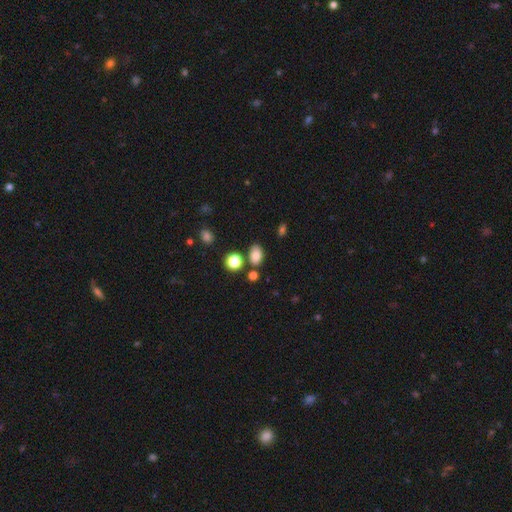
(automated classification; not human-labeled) Morphology: type=smooth (81%); roundness=in between (79%); merging=none (76%).